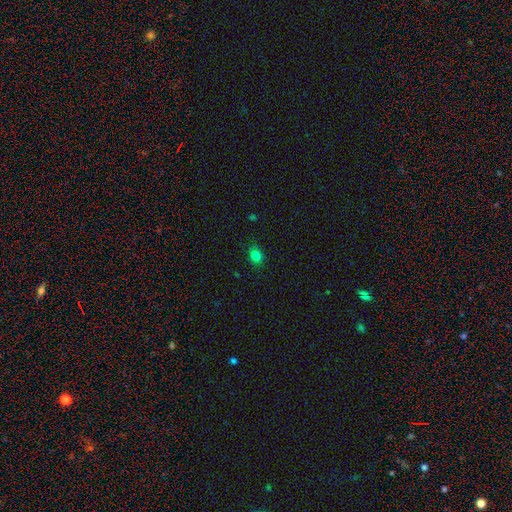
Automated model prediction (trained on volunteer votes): smooth_or_featured: smooth (p=0.81) [alt: star or artifact p=0.14]
how_rounded: in between (p=0.52) [alt: round p=0.47]
merging: none (p=0.84) [alt: minor disturbance p=0.13]